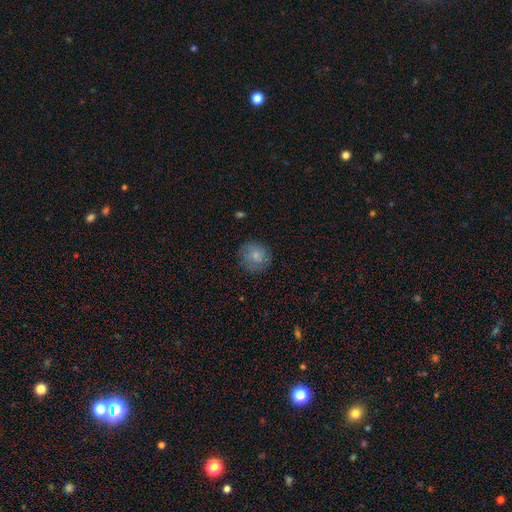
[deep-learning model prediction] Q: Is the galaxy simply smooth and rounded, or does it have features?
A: smooth — 78%.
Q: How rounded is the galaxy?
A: round — 87%.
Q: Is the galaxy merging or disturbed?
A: none — 79%.